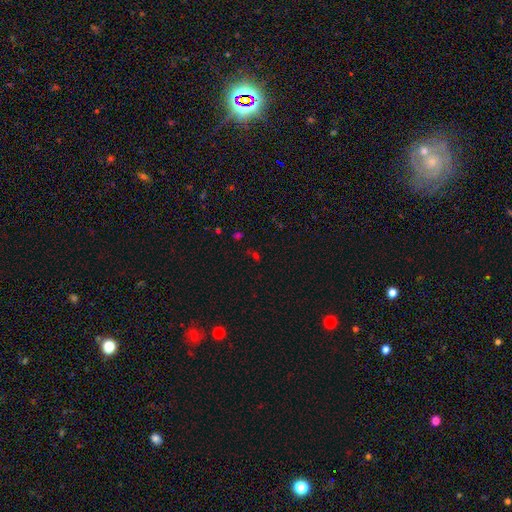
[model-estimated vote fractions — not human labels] This appears to be a star or artifact, not a galaxy (52%).